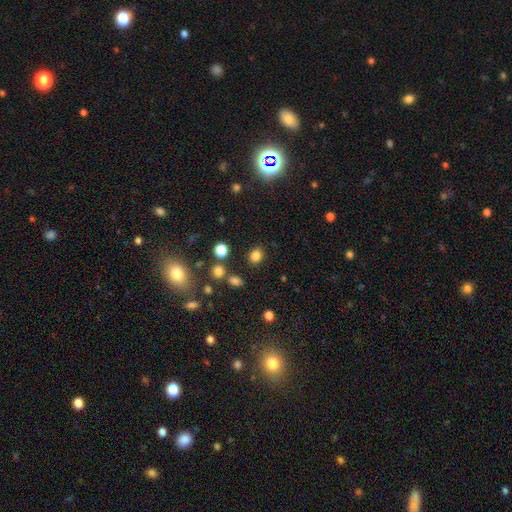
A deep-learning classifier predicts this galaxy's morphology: Overall: smooth (81%). How rounded: round (62%; in between 37%). Merging: none (84%).